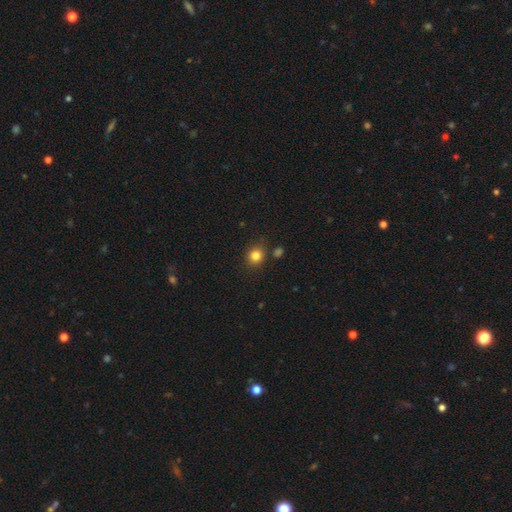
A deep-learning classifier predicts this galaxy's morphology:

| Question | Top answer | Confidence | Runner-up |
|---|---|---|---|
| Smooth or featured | smooth | 82% | star or artifact (12%) |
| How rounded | round | 81% | in between (18%) |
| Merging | none | 82% | minor disturbance (10%) |